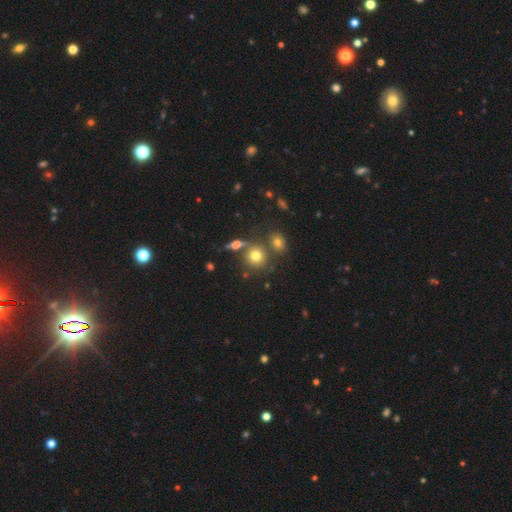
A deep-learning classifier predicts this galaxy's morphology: Smooth or featured? smooth (72%)
How rounded? round (84%)
Merging? none (64%)